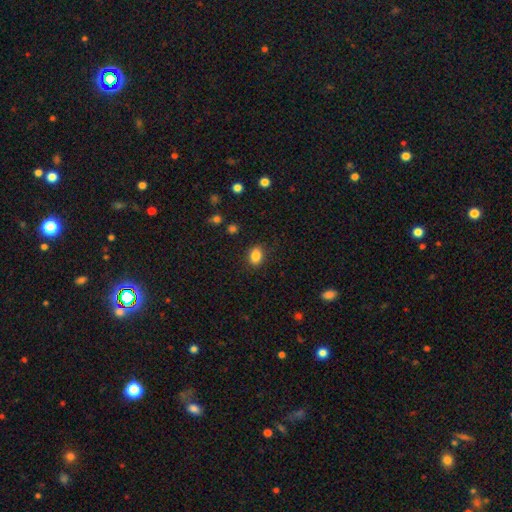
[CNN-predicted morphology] Smooth or featured?
  - smooth: 85% *
  - star or artifact: 10%
  - featured or disk: 5%
How rounded?
  - in between: 72% *
  - round: 27%
  - cigar-shaped: 1%
Merging?
  - none: 86% *
  - minor disturbance: 10%
  - major disturbance: 3%
  - merger: 1%